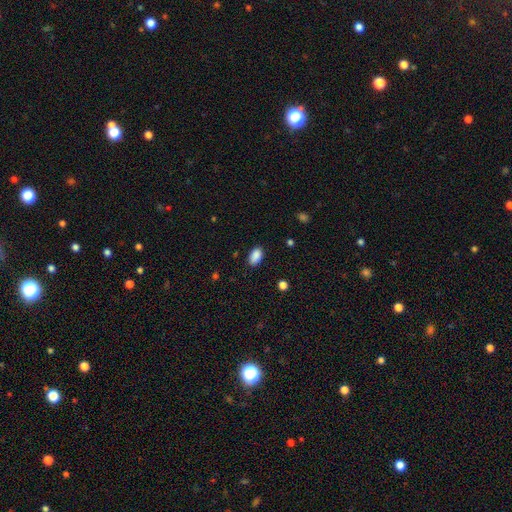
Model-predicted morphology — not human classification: A smooth galaxy with no disk features (88%) that is in between round and cigar-shaped (93%).

Vote fractions:
- Smooth or featured? smooth: 88% / star or artifact: 8% / featured or disk: 4%
- How rounded? in between: 93% / round: 5% / cigar-shaped: 2%
- Merging? none: 85% / minor disturbance: 12% / major disturbance: 3% / merger: 1%